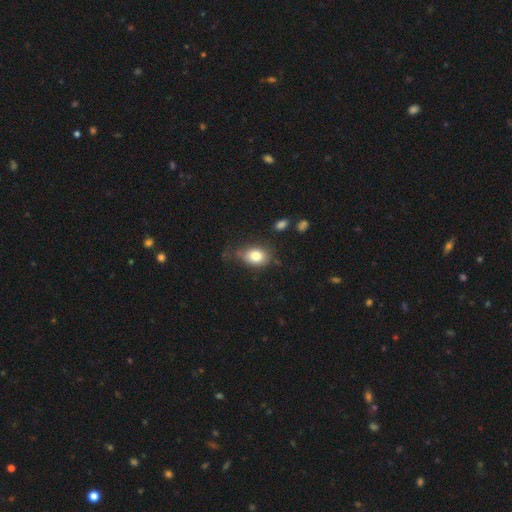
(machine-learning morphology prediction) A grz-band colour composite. It shows a smooth galaxy with no disk features (80%) that is in between round and cigar-shaped (67%). Merging: none (57%).